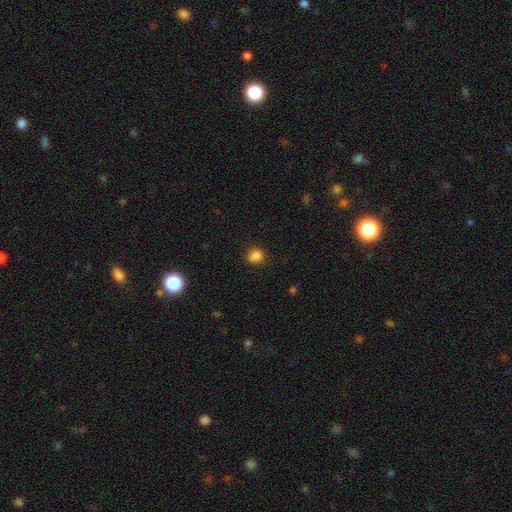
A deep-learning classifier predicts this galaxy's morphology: Smooth or featured: smooth — 84% (star or artifact — 12%)
How rounded: round — 74% (in between — 25%)
Merging: none — 75% (minor disturbance — 18%)